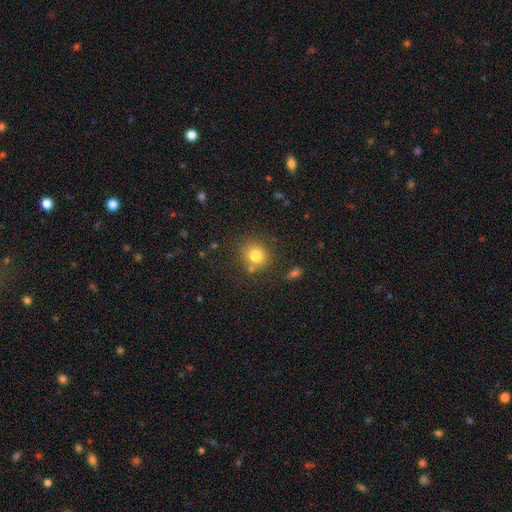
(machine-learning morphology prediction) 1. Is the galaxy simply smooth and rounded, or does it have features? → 79% smooth, 12% star or artifact, 8% featured or disk.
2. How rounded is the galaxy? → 85% round, 14% in between, 1% cigar-shaped.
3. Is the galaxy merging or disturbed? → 76% none, 11% minor disturbance, 9% merger, 4% major disturbance.